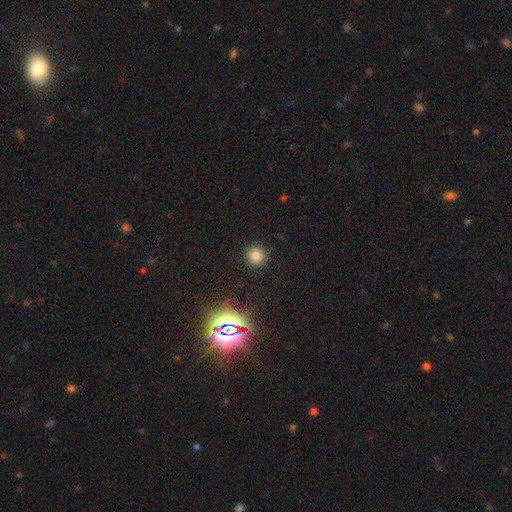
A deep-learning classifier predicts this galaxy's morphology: The model was most divided on "smooth or featured": smooth: 79%, star or artifact: 16%, featured or disk: 5%. More confident: how rounded — round (94%); merging — none (91%).